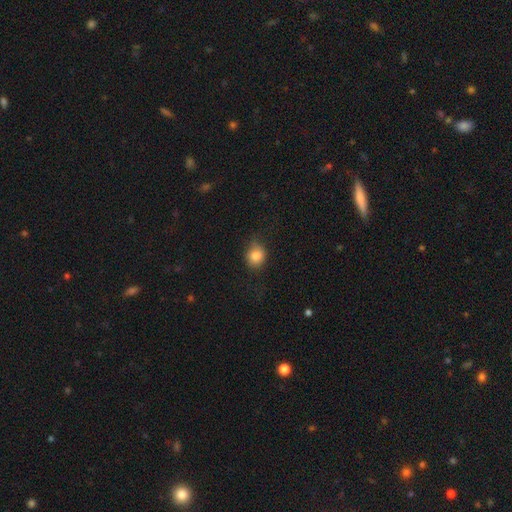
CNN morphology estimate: Q: Smooth or featured?
A: smooth (82%); runner-up: star or artifact (10%)
Q: How rounded?
A: round (70%); runner-up: in between (29%)
Q: Merging?
A: none (69%); runner-up: minor disturbance (23%)